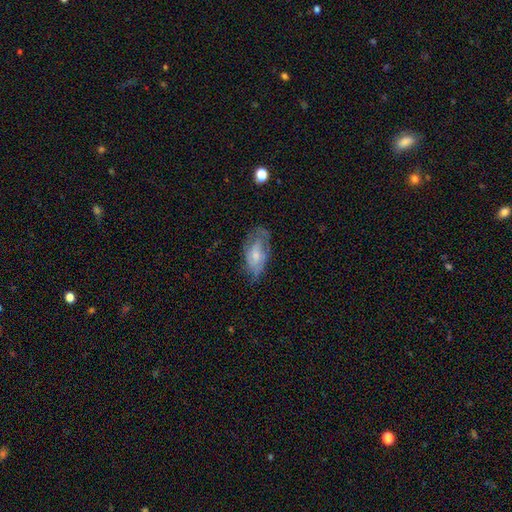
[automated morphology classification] A featured or disk galaxy (51%). Merging: none (52%).